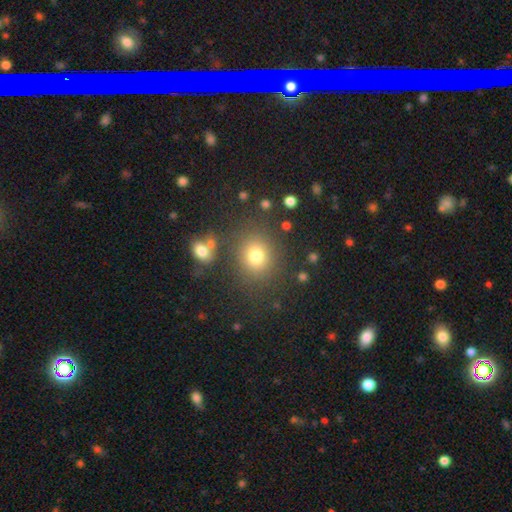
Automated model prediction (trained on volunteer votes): The model was most divided on "how rounded": round: 74%, in between: 25%, cigar-shaped: 1%. More confident: merging — none (80%); smooth or featured — smooth (77%).